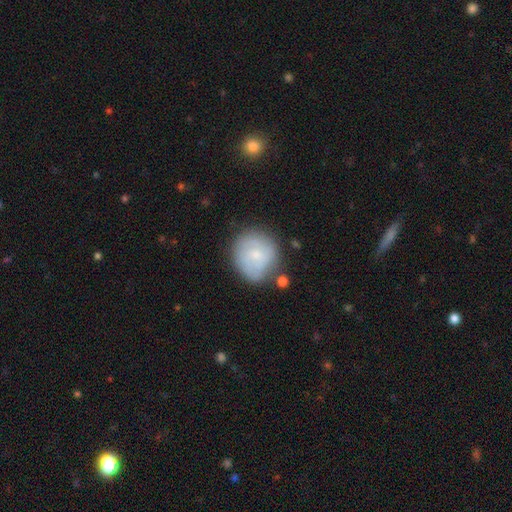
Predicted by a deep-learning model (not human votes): Morphology: type=smooth (53%); roundness=round (82%); merging=none (65%).